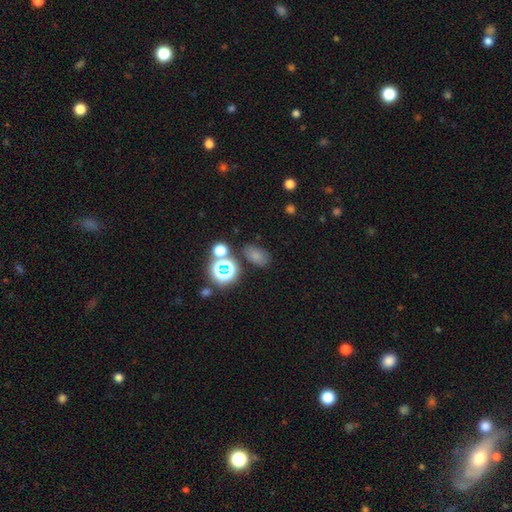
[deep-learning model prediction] This is likely a smooth galaxy (70%). How rounded: clearly in between (82%). Merging: likely none (74%).